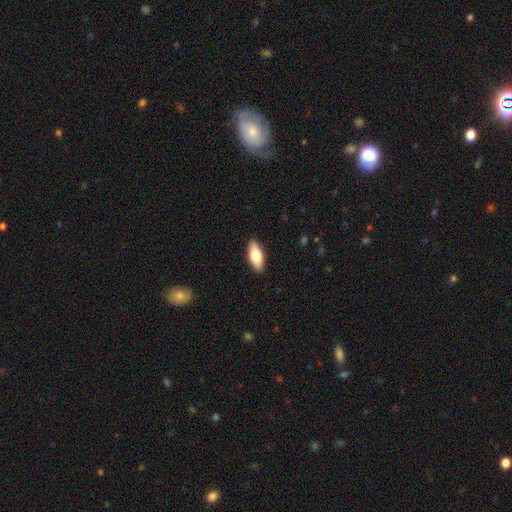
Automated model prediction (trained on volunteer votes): A smooth galaxy with no disk features (75%) that is in between round and cigar-shaped (81%). Merging: none (90%).